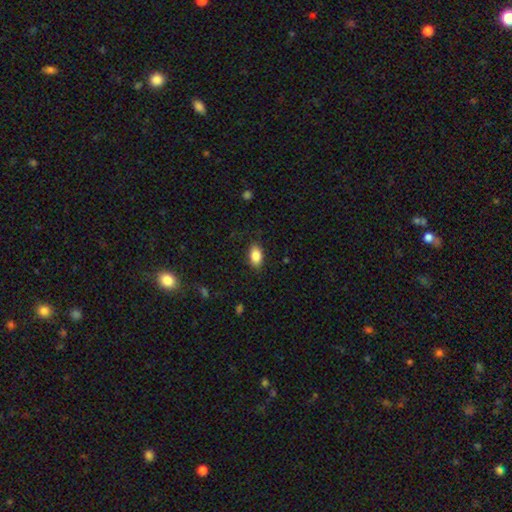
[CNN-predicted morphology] The model was most divided on "merging": none: 84%, minor disturbance: 12%, major disturbance: 3%, merger: 1%. More confident: how rounded — in between (90%); smooth or featured — smooth (86%).